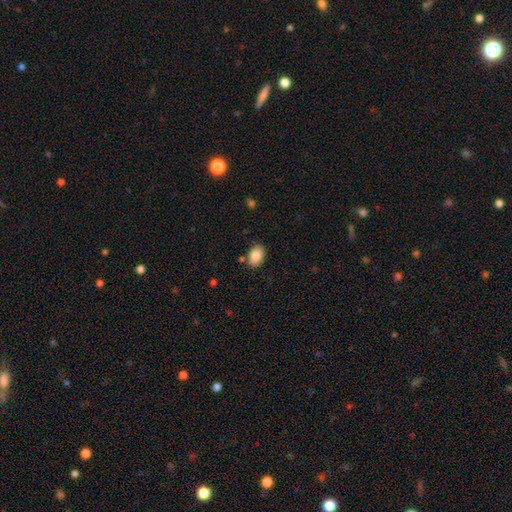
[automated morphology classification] Smooth or featured? Predicted: smooth (p=0.87). How rounded? Predicted: in between (p=0.86). Merging? Predicted: none (p=0.83).